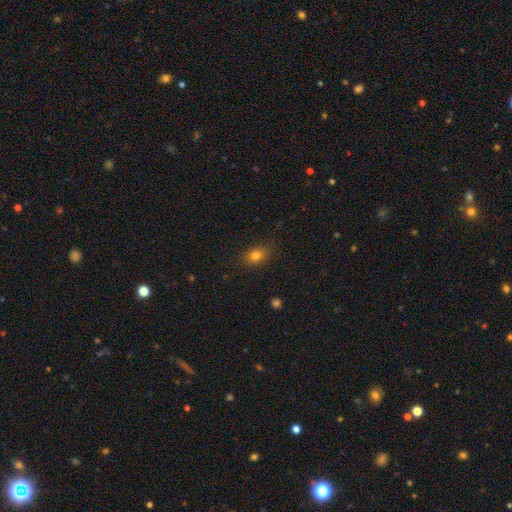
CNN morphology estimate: smooth 80%, star or artifact 12%, featured or disk 8%. Down the decision tree: how rounded — in between (62%); merging — none (85%).